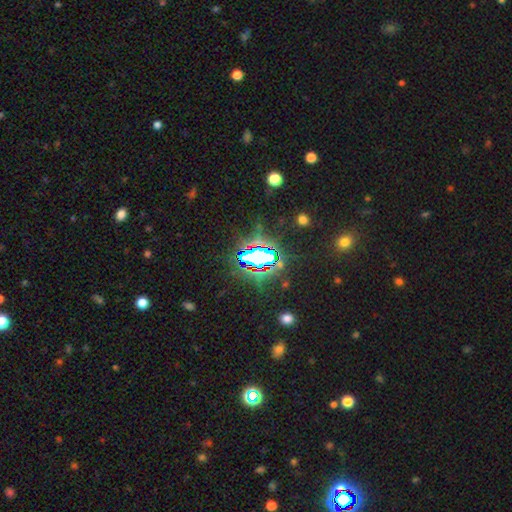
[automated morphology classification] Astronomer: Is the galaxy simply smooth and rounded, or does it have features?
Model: star or artifact — 78%.